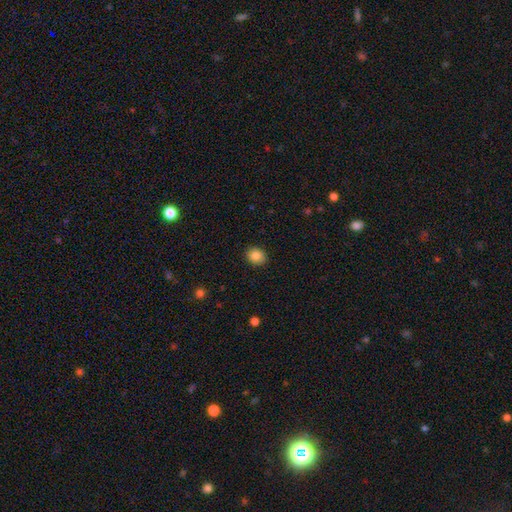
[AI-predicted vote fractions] Smooth or featured: smooth — 85% (star or artifact — 9%)
How rounded: round — 63% (in between — 36%)
Merging: none — 90% (minor disturbance — 7%)